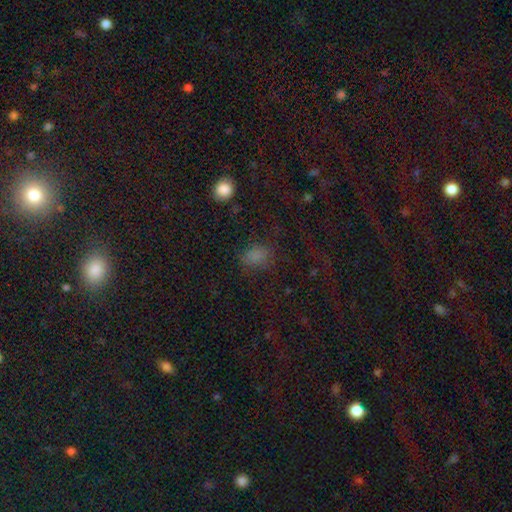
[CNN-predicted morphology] This appears to be a smooth galaxy with no disk features (75%) that is in between round and cigar-shaped (58%). Merging: none (70%).